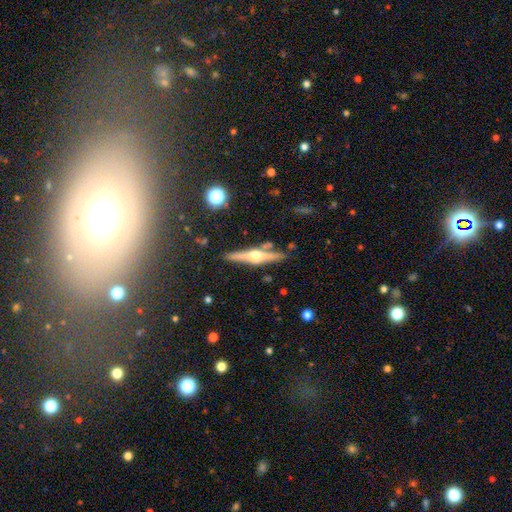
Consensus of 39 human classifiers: Morphology: type=featured or disk (79%); edge-on=yes (100%); edge-on bulge=rounded (100%); merging=none (87%).